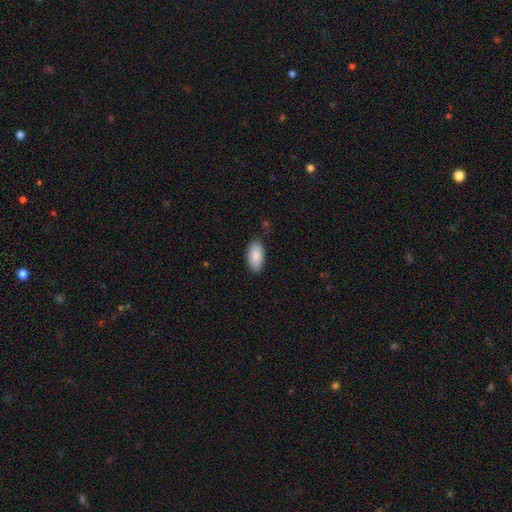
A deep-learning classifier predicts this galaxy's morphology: Smooth or featured?
  - smooth: 88% *
  - featured or disk: 6%
  - star or artifact: 6%
How rounded?
  - in between: 95% *
  - cigar-shaped: 3%
  - round: 2%
Merging?
  - none: 87% *
  - minor disturbance: 10%
  - major disturbance: 2%
  - merger: 1%